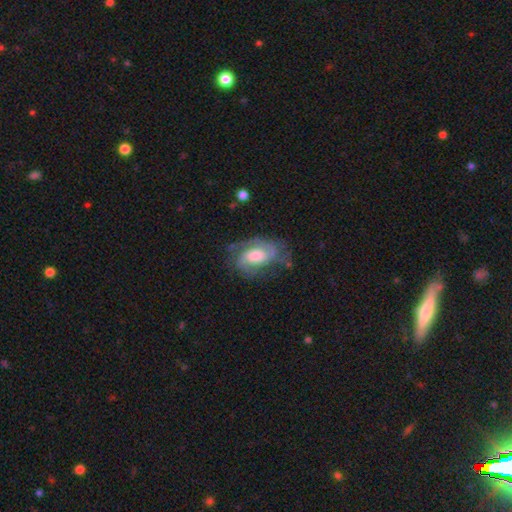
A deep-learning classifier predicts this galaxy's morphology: A featured or disk galaxy (79%) with no bar (56%), 2 (65%) medium (45%) spiral arms (93%) and a moderate central bulge (39%). Merging: none (63%).